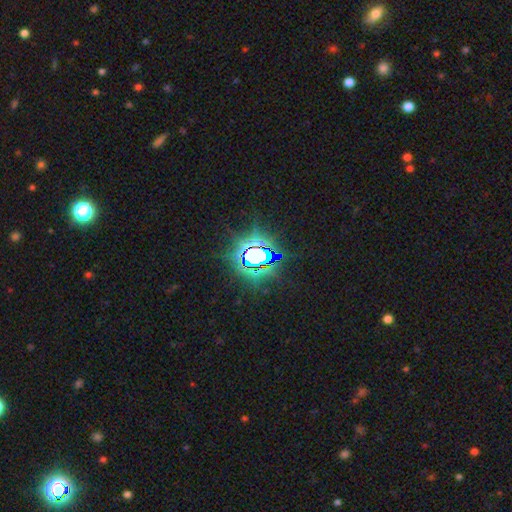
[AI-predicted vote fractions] Overall: star or artifact (78%).